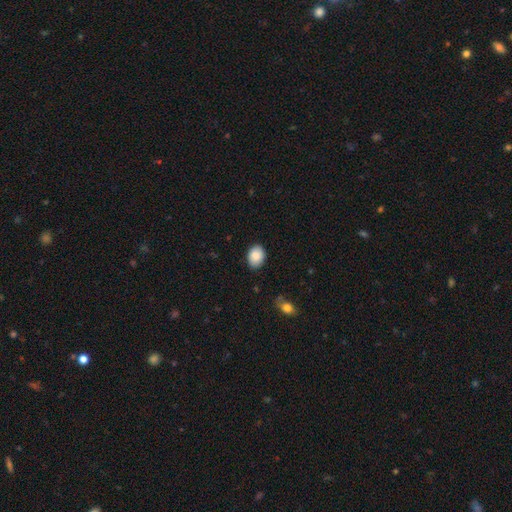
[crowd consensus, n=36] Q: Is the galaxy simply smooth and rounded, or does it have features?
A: smooth — 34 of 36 (94%).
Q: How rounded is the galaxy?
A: in between — 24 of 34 (71%).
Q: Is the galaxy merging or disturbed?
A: none — 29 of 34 (85%).